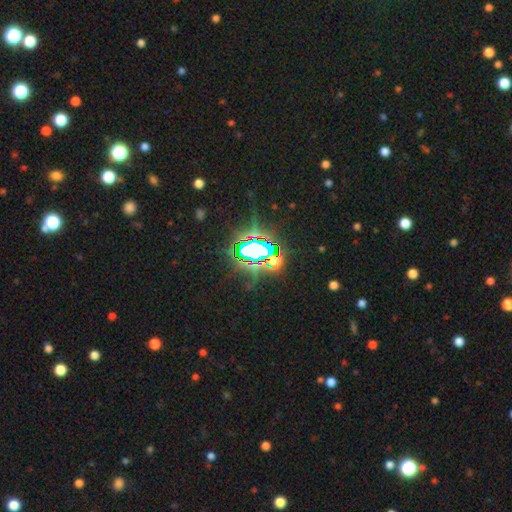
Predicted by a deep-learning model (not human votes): Morphology: type=star or artifact (81%).